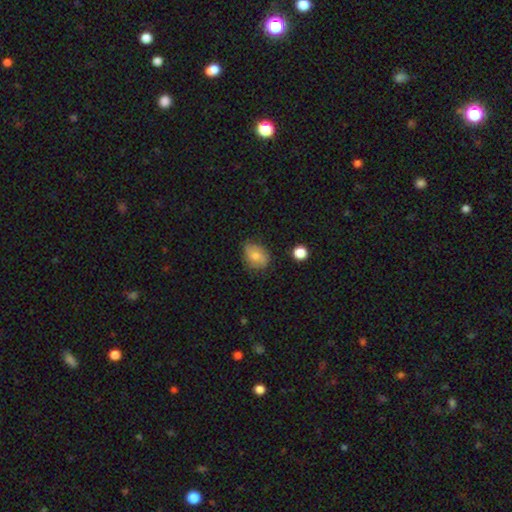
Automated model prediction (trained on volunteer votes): Morphology: type=smooth (72%); roundness=in between (60%); merging=none (64%).